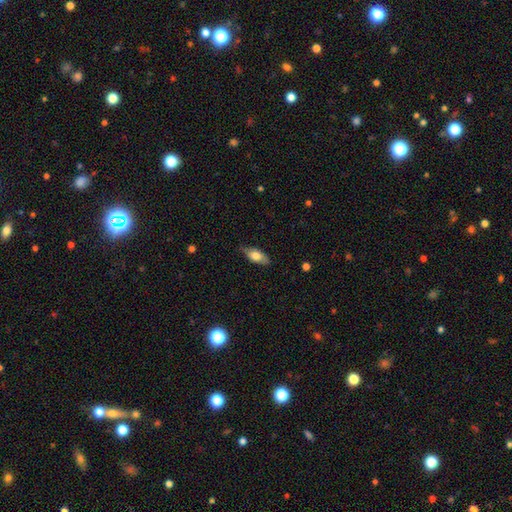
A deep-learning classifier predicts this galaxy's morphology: The model was most divided on "smooth or featured": smooth: 69%, featured or disk: 25%, star or artifact: 7%. More confident: how rounded — in between (82%); merging — none (76%).